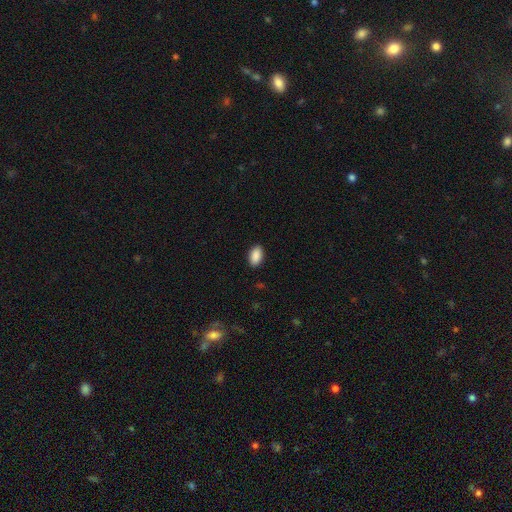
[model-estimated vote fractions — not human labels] This is clearly a smooth galaxy (90%). How rounded: clearly in between (94%). Merging: clearly none (89%).